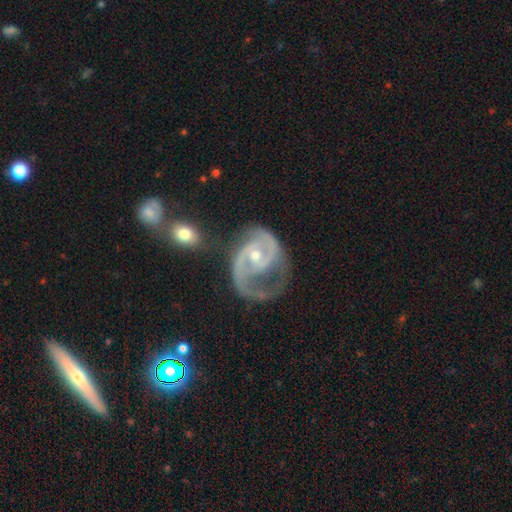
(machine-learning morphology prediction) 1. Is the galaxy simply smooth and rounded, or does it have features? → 91% featured or disk, 5% smooth, 5% star or artifact.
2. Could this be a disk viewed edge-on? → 98% no, 2% yes.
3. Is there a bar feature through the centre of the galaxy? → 48% no, 38% weak, 14% strong.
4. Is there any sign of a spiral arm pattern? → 96% yes, 4% no.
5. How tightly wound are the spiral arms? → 51% medium, 27% tight, 22% loose.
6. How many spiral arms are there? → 71% 2, 15% 1, 6% can't tell, 5% 3, 2% 4, 2% more than 4.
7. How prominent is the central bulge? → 50% small, 47% moderate, 1% large, 1% none, 1% dominant.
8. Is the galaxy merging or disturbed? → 36% major disturbance, 35% none, 23% minor disturbance, 6% merger.